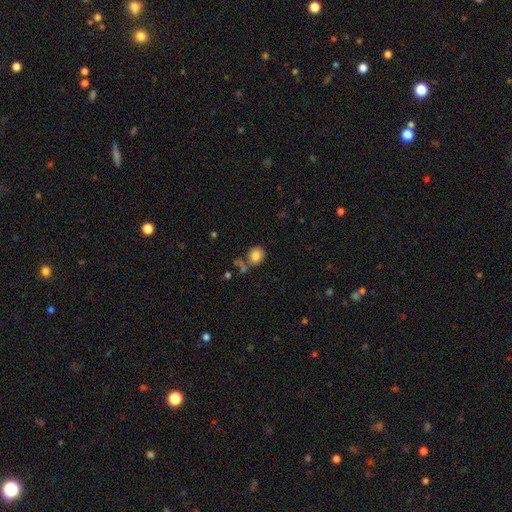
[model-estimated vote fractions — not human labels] This is clearly a smooth galaxy (83%). How rounded: likely round (61%). Merging: likely none (61%).